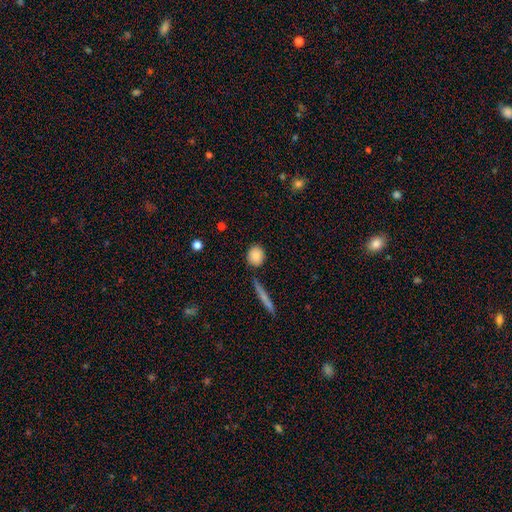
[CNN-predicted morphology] Smooth or featured? Predicted: smooth (p=0.85). How rounded? Predicted: round (p=0.72). Merging? Predicted: none (p=0.83).